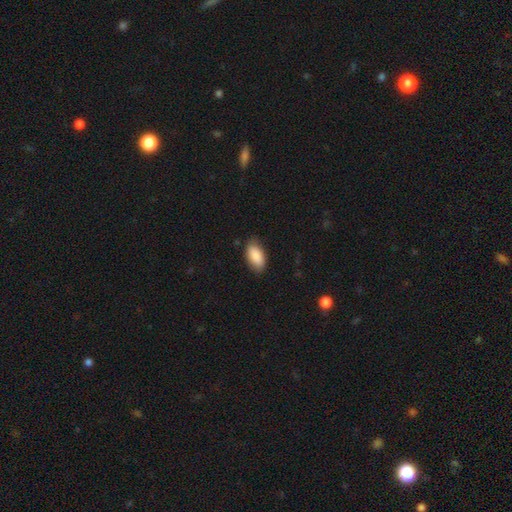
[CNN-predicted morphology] smooth_or_featured: smooth (p=0.89) [alt: star or artifact p=0.06]
how_rounded: in between (p=0.93) [alt: cigar-shaped p=0.04]
merging: none (p=0.81) [alt: minor disturbance p=0.15]